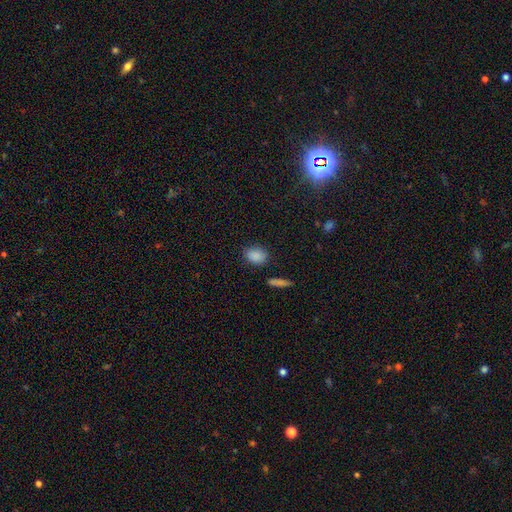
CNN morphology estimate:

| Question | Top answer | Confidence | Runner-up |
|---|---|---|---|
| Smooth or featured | smooth | 87% | star or artifact (8%) |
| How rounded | in between | 69% | round (29%) |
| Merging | none | 81% | minor disturbance (12%) |